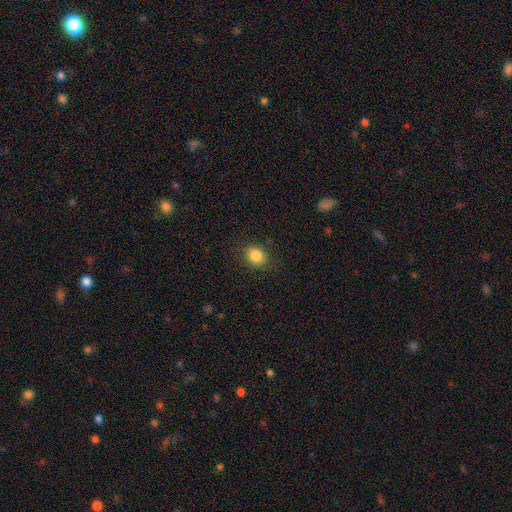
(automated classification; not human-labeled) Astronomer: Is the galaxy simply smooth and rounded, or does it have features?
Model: smooth — 85%.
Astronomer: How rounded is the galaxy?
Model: round — 61% (runner-up: in between, 38%).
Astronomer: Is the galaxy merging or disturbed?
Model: none — 84%.